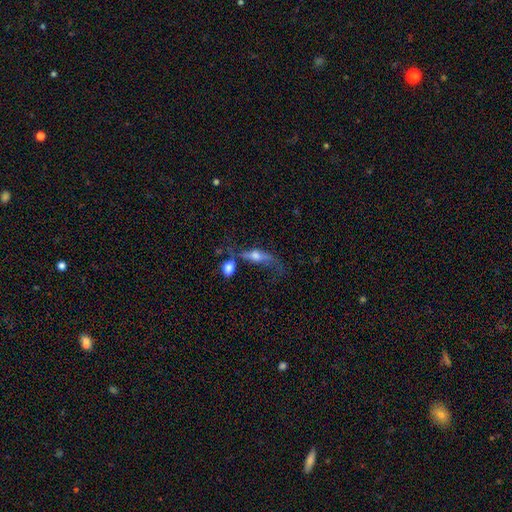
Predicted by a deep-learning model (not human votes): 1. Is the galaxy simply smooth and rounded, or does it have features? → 57% featured or disk, 33% smooth, 10% star or artifact.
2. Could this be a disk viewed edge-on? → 53% no, 47% yes.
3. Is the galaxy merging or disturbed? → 32% none, 28% major disturbance, 22% merger, 18% minor disturbance.